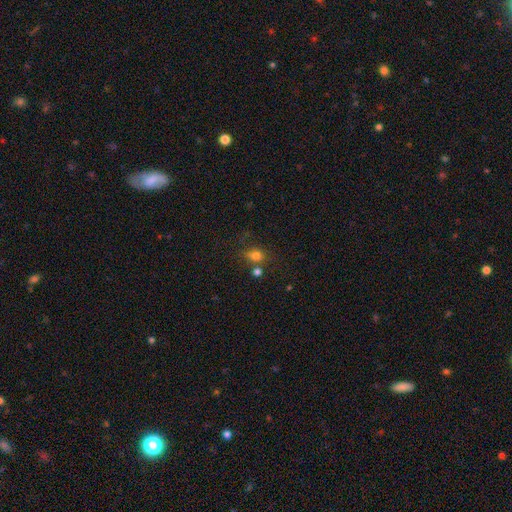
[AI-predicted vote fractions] smooth_or_featured: smooth (p=0.74) [alt: star or artifact p=0.16]
how_rounded: round (p=0.67) [alt: in between p=0.32]
merging: none (p=0.57) [alt: merger p=0.21]